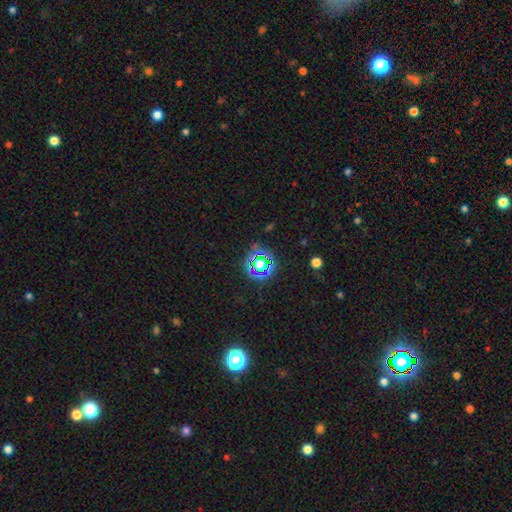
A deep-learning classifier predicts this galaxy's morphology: type=star or artifact (75%).